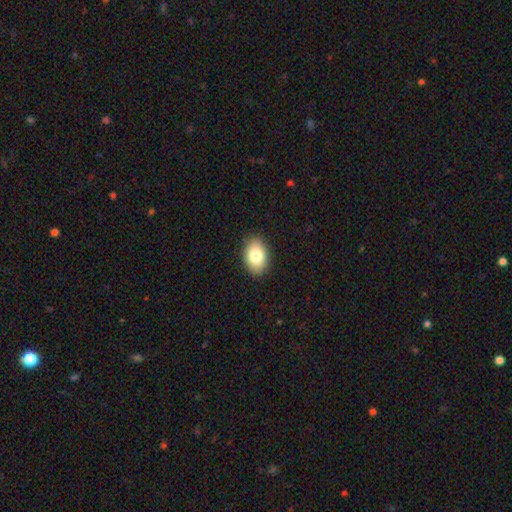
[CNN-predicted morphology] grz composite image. It shows a smooth galaxy with no disk features (82%) that is in between round and cigar-shaped (88%). Merging: none (89%).